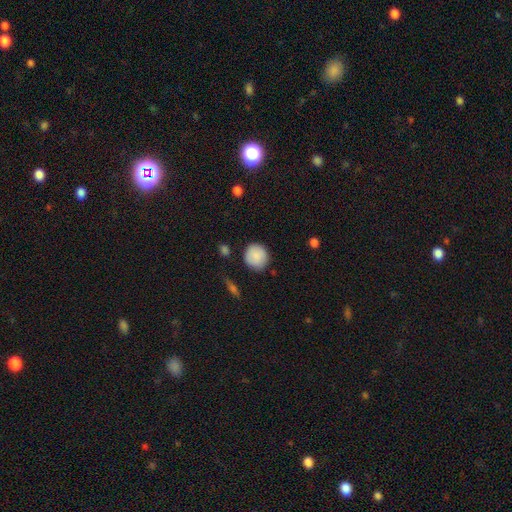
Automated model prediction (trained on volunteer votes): smooth-or-featured: smooth: 88% | star or artifact: 7% | featured or disk: 6%
  how-rounded: round: 89% | in between: 10% | cigar-shaped: 1%
  merging: none: 83% | minor disturbance: 12% | major disturbance: 3% | merger: 2%